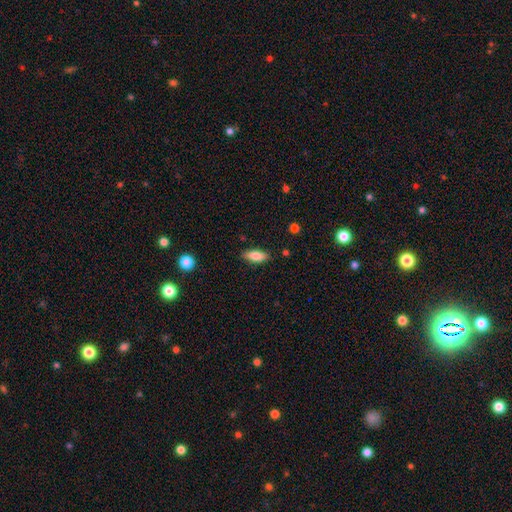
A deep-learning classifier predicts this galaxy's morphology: A smooth galaxy with no disk features (80%) that is in between round and cigar-shaped (74%). Merging: none (85%).